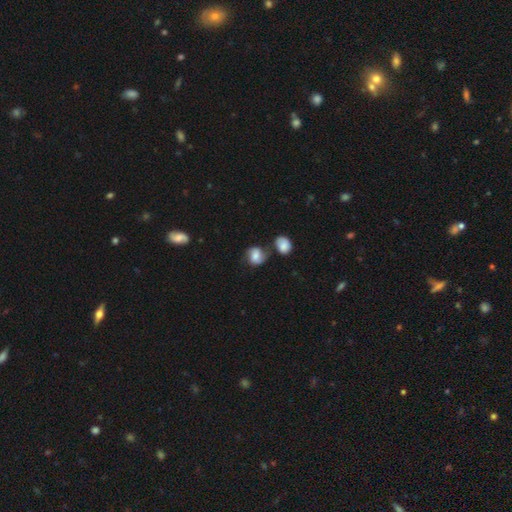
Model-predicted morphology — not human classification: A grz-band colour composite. It shows a smooth galaxy with no disk features (50%). Merging: none (57%).